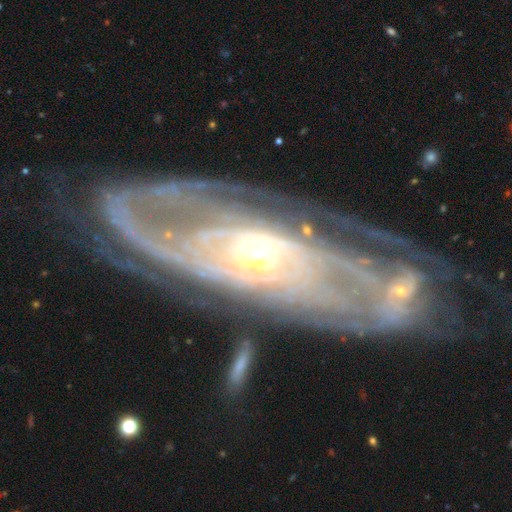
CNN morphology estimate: A featured or disk galaxy (88%) with no bar (68%), tight (61%) spiral arms (93%) and a small central bulge (62%).

Vote fractions:
- Smooth or featured? featured or disk: 88% / smooth: 7% / star or artifact: 6%
- Edge-on disk? no: 90% / yes: 10%
- Bar? no: 68% / weak: 23% / strong: 10%
- Spiral arms? yes: 93% / no: 7%
- Spiral winding? tight: 61% / medium: 30% / loose: 10%
- Spiral arm count? can't tell: 38% / 2: 30% / 3: 12% / 4: 7% / more than 4: 7% / 1: 6%
- Bulge size? small: 62% / moderate: 33% / large: 3% / none: 1% / dominant: 1%
- Merging? none: 57% / minor disturbance: 18% / major disturbance: 14% / merger: 10%